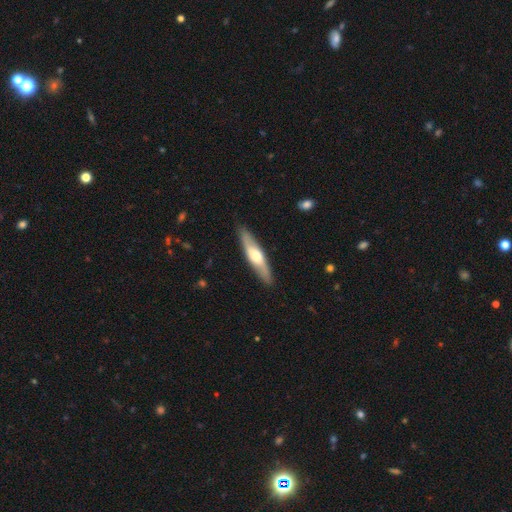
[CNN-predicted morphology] Overall: featured or disk (50%; smooth 46%). Merging: none (89%).